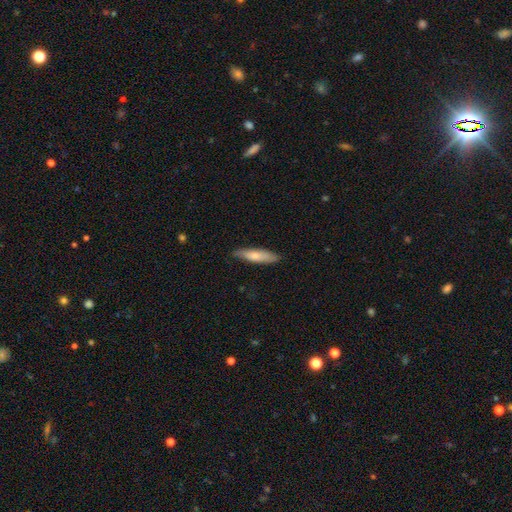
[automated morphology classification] Smooth or featured?
  - smooth: 70% *
  - featured or disk: 25%
  - star or artifact: 5%
How rounded?
  - cigar-shaped: 71% *
  - in between: 27%
  - round: 2%
Merging?
  - none: 80% *
  - minor disturbance: 16%
  - major disturbance: 3%
  - merger: 1%